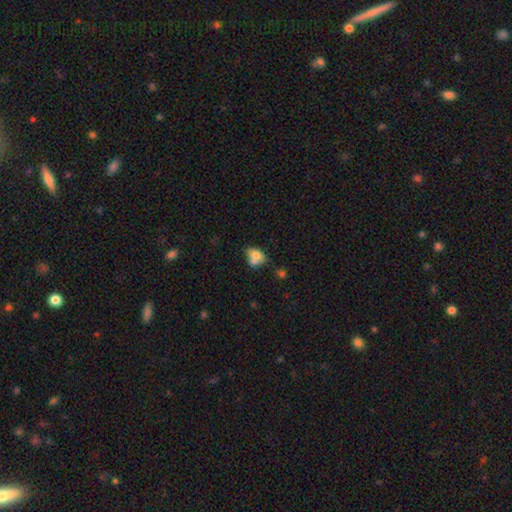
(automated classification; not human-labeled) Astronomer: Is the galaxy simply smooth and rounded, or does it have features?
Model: smooth — 73%.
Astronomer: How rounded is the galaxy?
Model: in between — 65%.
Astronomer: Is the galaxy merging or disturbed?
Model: merger — 37% (runner-up: none, 36%).